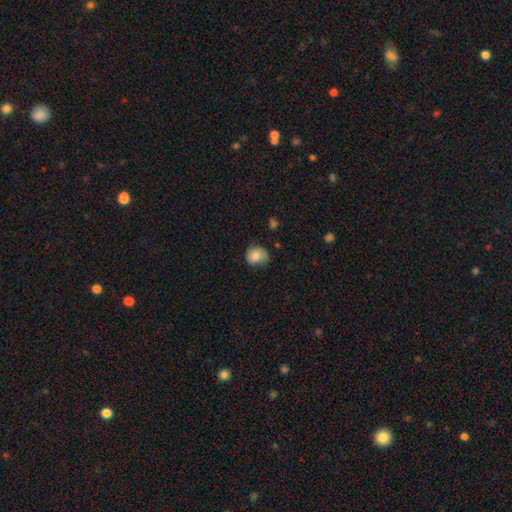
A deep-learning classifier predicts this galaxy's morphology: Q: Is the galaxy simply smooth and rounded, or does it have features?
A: smooth — 78%.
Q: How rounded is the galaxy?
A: round — 72%.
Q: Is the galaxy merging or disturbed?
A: none — 59%.